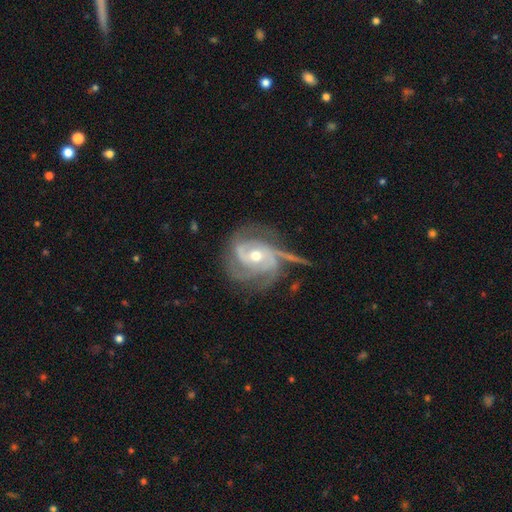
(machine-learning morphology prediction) smooth_or_featured: featured or disk (p=0.90) [alt: star or artifact p=0.05]
disk_edge_on: no (p=0.97) [alt: yes p=0.03]
bar: no (p=0.60) [alt: weak p=0.29]
has_spiral_arms: yes (p=0.97) [alt: no p=0.03]
spiral_winding: tight (p=0.52) [alt: medium p=0.39]
spiral_arm_count: 3 (p=0.44) [alt: 2 p=0.22]
bulge_size: moderate (p=0.63) [alt: small p=0.33]
merging: none (p=0.57) [alt: minor disturbance p=0.21]